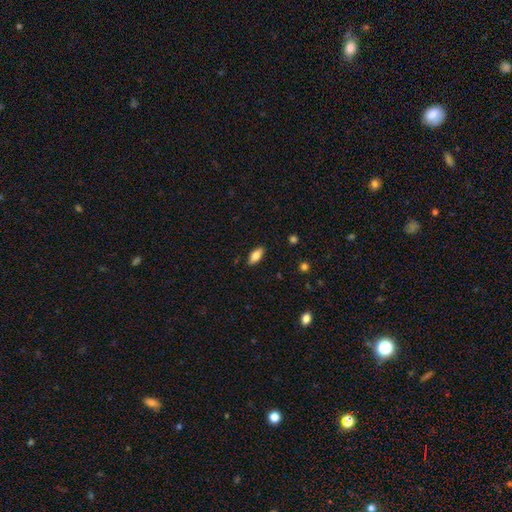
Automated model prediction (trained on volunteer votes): A smooth galaxy with no disk features (79%) that is in between round and cigar-shaped (87%).

Vote fractions:
- Smooth or featured? smooth: 79% / featured or disk: 14% / star or artifact: 7%
- How rounded? in between: 87% / cigar-shaped: 11% / round: 3%
- Merging? none: 87% / minor disturbance: 10% / major disturbance: 2% / merger: 1%